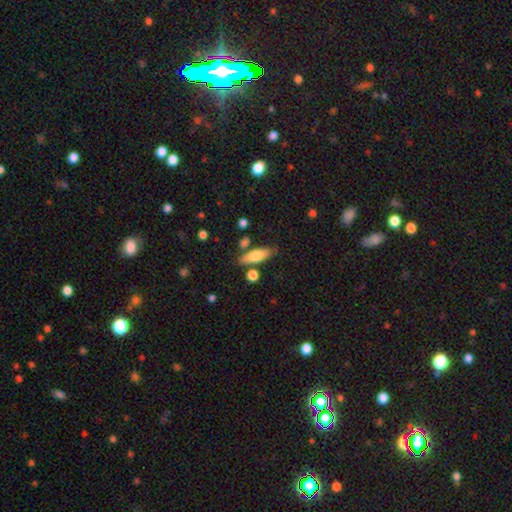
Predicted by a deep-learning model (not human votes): Smooth or featured? Predicted: smooth (p=0.70). How rounded? Predicted: in between (p=0.52). Merging? Predicted: none (p=0.75).